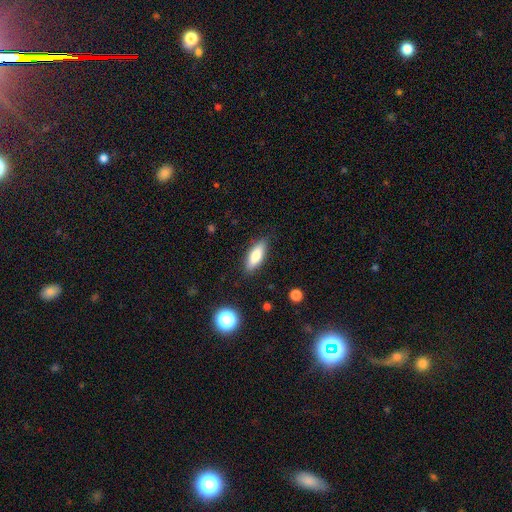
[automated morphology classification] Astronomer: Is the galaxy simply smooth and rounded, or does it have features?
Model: smooth — 76%.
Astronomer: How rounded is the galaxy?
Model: in between — 65%.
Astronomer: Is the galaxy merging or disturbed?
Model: none — 86%.